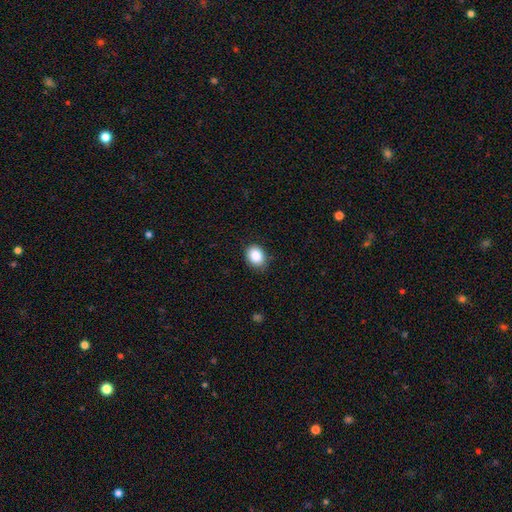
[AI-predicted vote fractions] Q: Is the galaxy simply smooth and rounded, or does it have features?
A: smooth — 88%.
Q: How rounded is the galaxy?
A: in between — 56%.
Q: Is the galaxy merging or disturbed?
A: none — 81%.